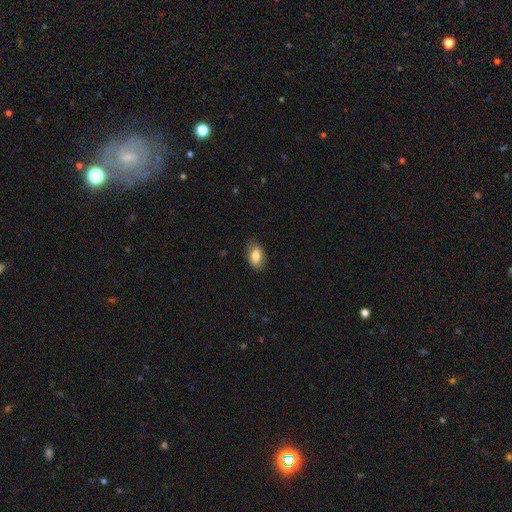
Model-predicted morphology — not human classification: The model was most divided on "merging": none: 80%, minor disturbance: 16%, major disturbance: 3%, merger: 1%. More confident: how rounded — in between (90%); smooth or featured — smooth (78%).